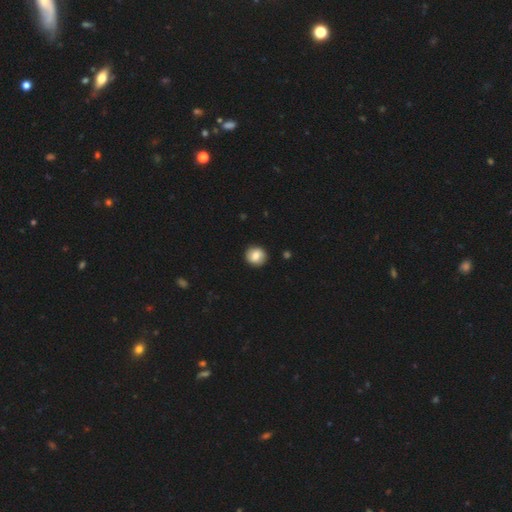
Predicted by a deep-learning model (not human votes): This appears to be a smooth galaxy with no disk features (80%) that is round (87%). Merging: none (90%).